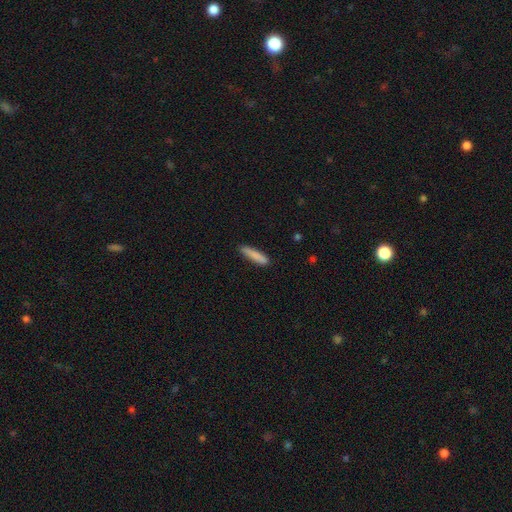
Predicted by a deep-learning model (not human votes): Smooth or featured? Predicted: smooth (p=0.86). How rounded? Predicted: cigar-shaped (p=0.86). Merging? Predicted: none (p=0.86).